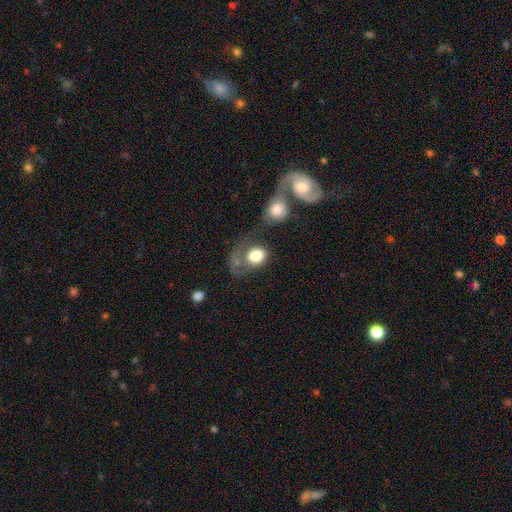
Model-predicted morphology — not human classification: This appears to be a smooth galaxy with no disk features (68%) that is round (53%). Merging: merger (40%).